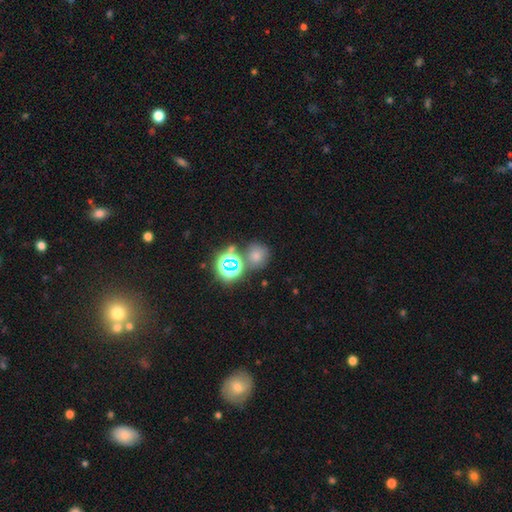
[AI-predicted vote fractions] A smooth galaxy with no disk features (64%) that is round (83%).

Vote fractions:
- Smooth or featured? smooth: 64% / star or artifact: 28% / featured or disk: 8%
- How rounded? round: 83% / in between: 16% / cigar-shaped: 1%
- Merging? none: 66% / merger: 18% / minor disturbance: 12% / major disturbance: 5%